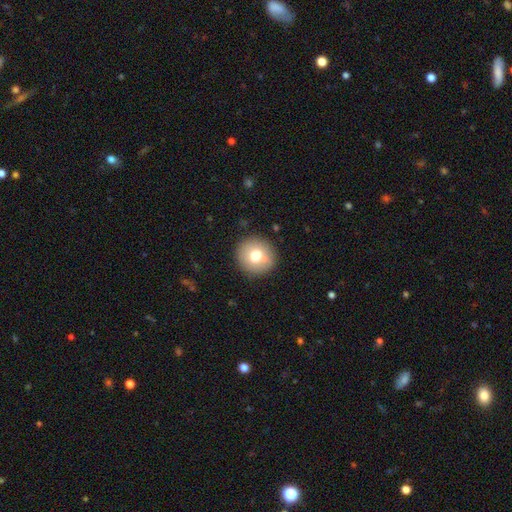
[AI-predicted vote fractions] Smooth or featured? smooth (71%)
How rounded? round (94%)
Merging? none (84%)